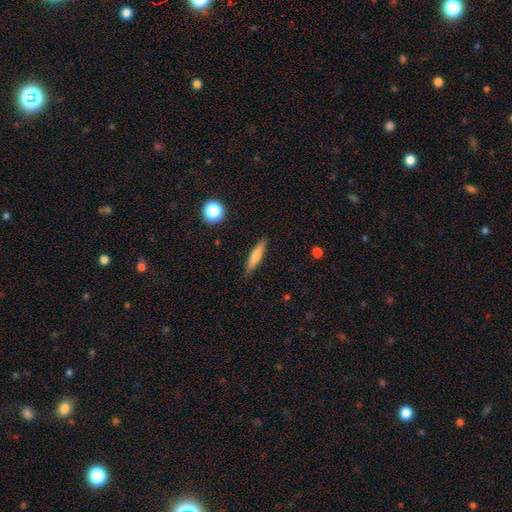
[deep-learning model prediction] Smooth or featured? smooth (74%)
How rounded? cigar-shaped (85%)
Merging? none (88%)